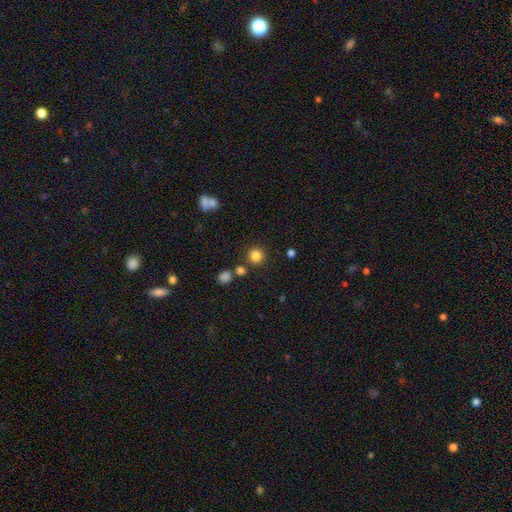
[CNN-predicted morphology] This appears to be a smooth galaxy with no disk features (82%) that is round (93%). Merging: none (84%).